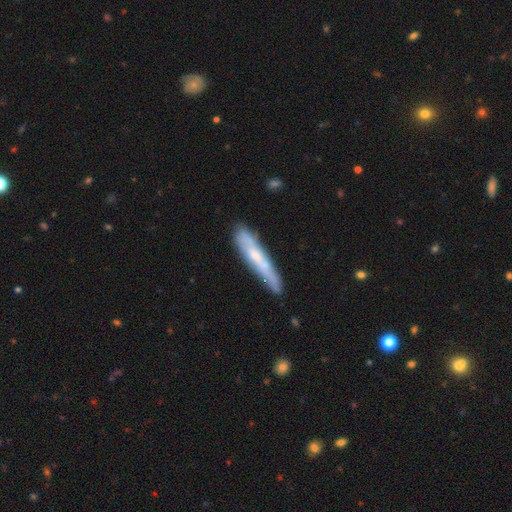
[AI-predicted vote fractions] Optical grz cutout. It shows a smooth galaxy with no disk features (50%) that is cigar-shaped (92%). Merging: none (75%).